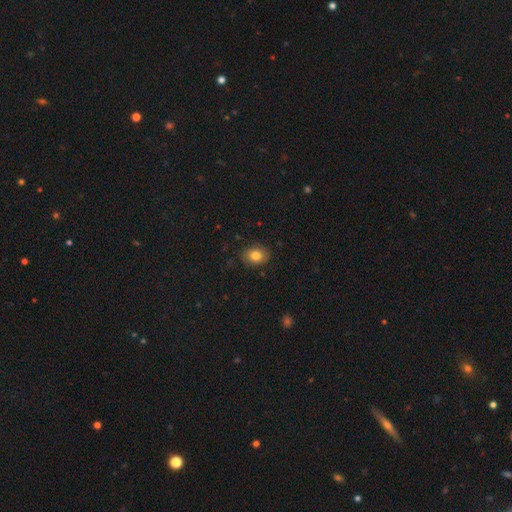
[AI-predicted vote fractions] Q: Smooth or featured?
A: smooth (82%); runner-up: star or artifact (9%)
Q: How rounded?
A: in between (62%); runner-up: round (37%)
Q: Merging?
A: none (84%); runner-up: minor disturbance (12%)